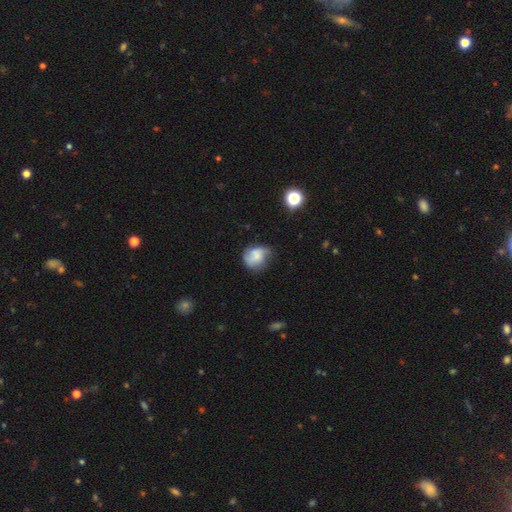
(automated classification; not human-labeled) smooth 60%, featured or disk 30%, star or artifact 10%. Down the decision tree: how rounded — round (58%); merging — none (45%).